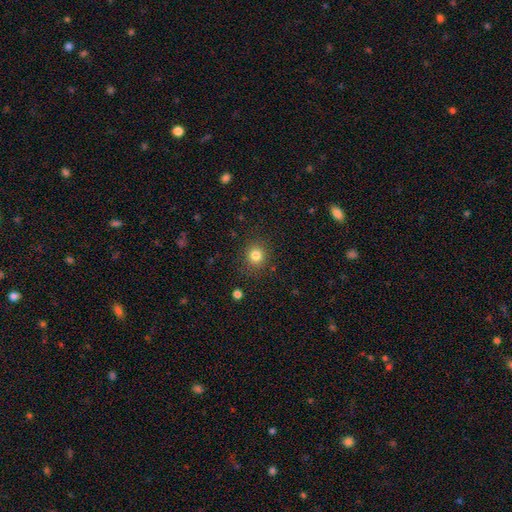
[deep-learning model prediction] Morphology: type=smooth (82%); roundness=round (85%); merging=none (87%).